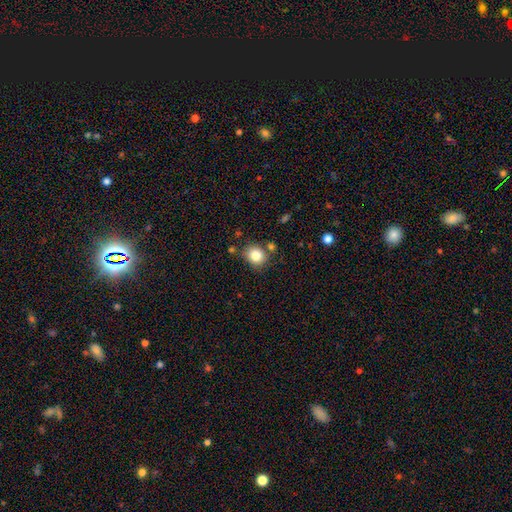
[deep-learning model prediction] A smooth galaxy with no disk features (83%) that is round (70%). Merging: none (76%).